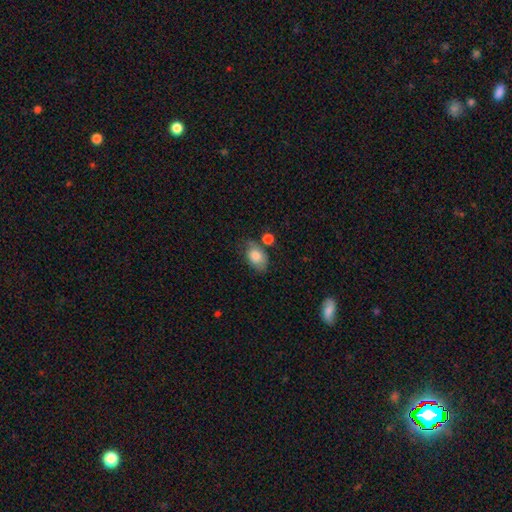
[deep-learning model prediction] Smooth or featured? Predicted: smooth (p=0.80). How rounded? Predicted: in between (p=0.83). Merging? Predicted: none (p=0.53).